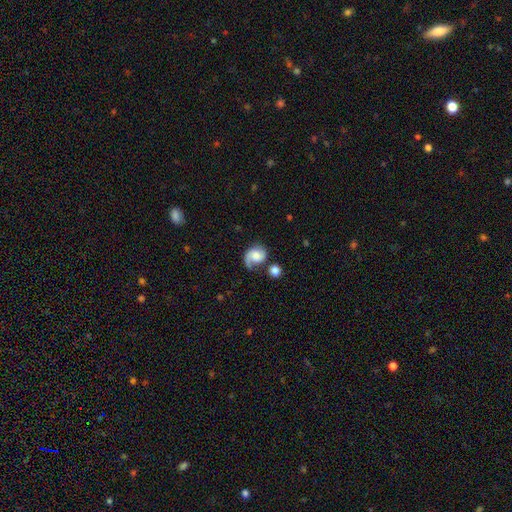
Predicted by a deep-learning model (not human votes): A featured or disk galaxy (62%) with no bar (65%), 1 (55%) medium (40%) spiral arms (93%) and a moderate central bulge (30%).

Vote fractions:
- Smooth or featured? featured or disk: 62% / smooth: 30% / star or artifact: 8%
- Edge-on disk? no: 98% / yes: 2%
- Bar? no: 65% / weak: 29% / strong: 6%
- Spiral arms? yes: 93% / no: 7%
- Spiral winding? medium: 40% / loose: 37% / tight: 23%
- Spiral arm count? 1: 55% / 2: 39% / can't tell: 4% / 3: 1% / 4: 1% / more than 4: 1%
- Bulge size? moderate: 30% / large: 24% / small: 20% / none: 19% / dominant: 6%
- Merging? none: 46% / minor disturbance: 22% / major disturbance: 21% / merger: 11%